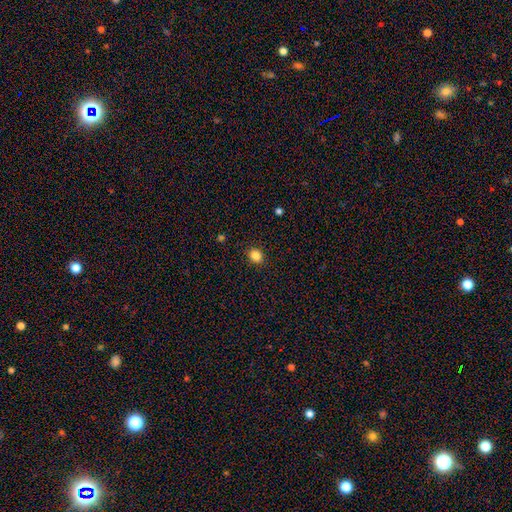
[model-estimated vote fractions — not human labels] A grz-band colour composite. It shows a smooth galaxy with no disk features (85%) that is round (68%). Merging: none (91%).